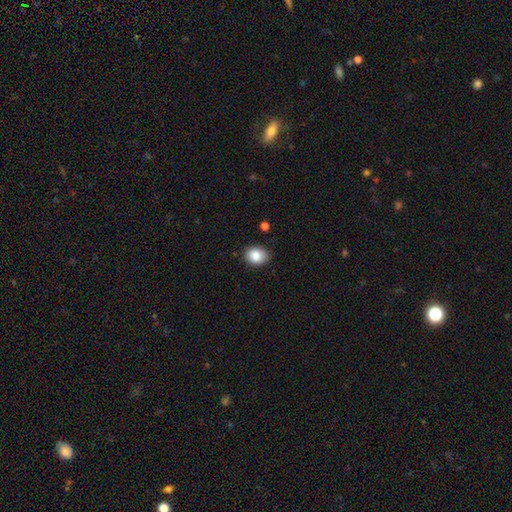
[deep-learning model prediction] smooth_or_featured: smooth (p=0.87) [alt: star or artifact p=0.08]
how_rounded: in between (p=0.56) [alt: round p=0.43]
merging: none (p=0.80) [alt: minor disturbance p=0.16]